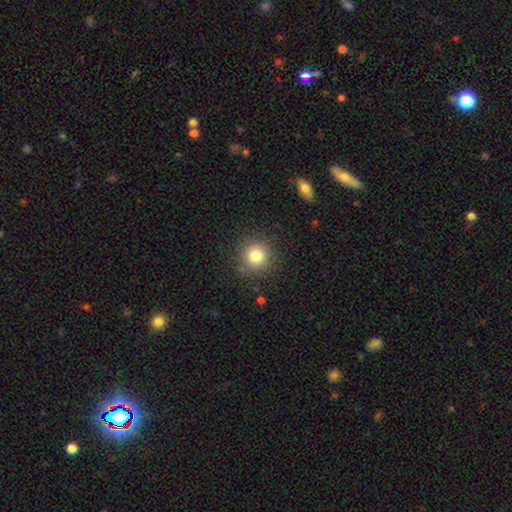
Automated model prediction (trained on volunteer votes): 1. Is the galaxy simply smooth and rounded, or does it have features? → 81% smooth, 12% star or artifact, 7% featured or disk.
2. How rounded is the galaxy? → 93% round, 6% in between, 1% cigar-shaped.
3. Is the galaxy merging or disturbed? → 87% none, 8% minor disturbance, 3% major disturbance, 2% merger.